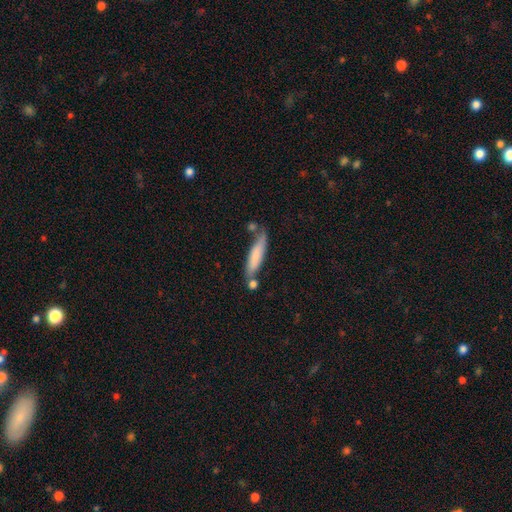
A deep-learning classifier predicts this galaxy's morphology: Smooth or featured? smooth (73%)
How rounded? cigar-shaped (81%)
Merging? none (61%)